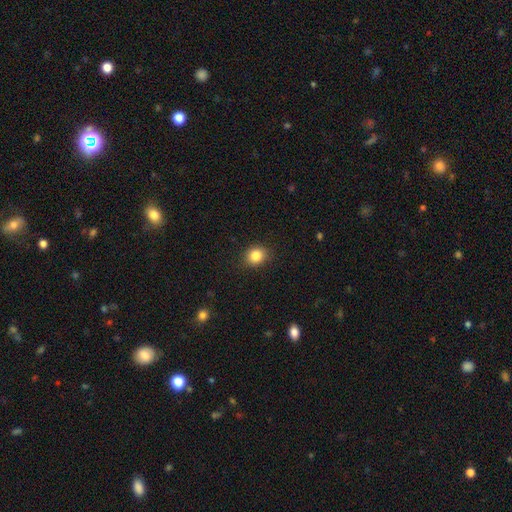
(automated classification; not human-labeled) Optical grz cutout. It shows a smooth galaxy with no disk features (85%) that is round (67%). Merging: none (88%).